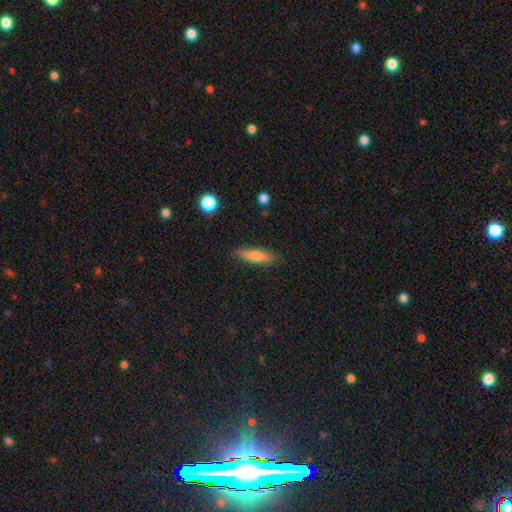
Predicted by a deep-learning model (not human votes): Smooth or featured? Predicted: smooth (p=0.63). How rounded? Predicted: cigar-shaped (p=0.77). Merging? Predicted: none (p=0.87).